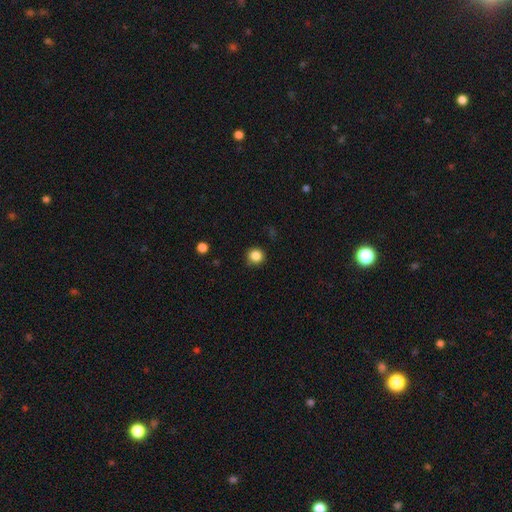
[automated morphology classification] Smooth or featured?
  - smooth: 85% *
  - star or artifact: 11%
  - featured or disk: 4%
How rounded?
  - round: 93% *
  - in between: 6%
  - cigar-shaped: 1%
Merging?
  - none: 88% *
  - minor disturbance: 8%
  - major disturbance: 2%
  - merger: 1%